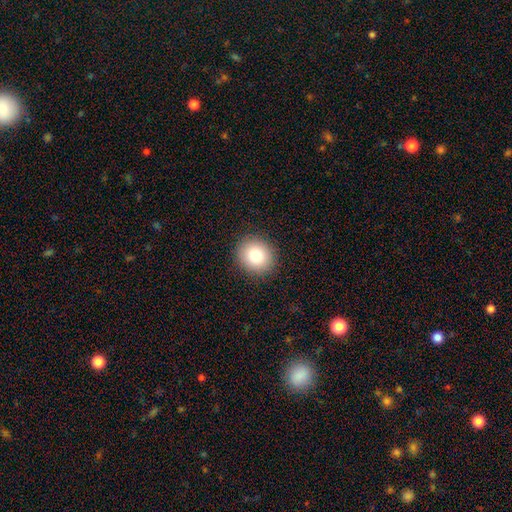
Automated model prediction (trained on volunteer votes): Overall: smooth (81%). How rounded: round (82%). Merging: none (91%).